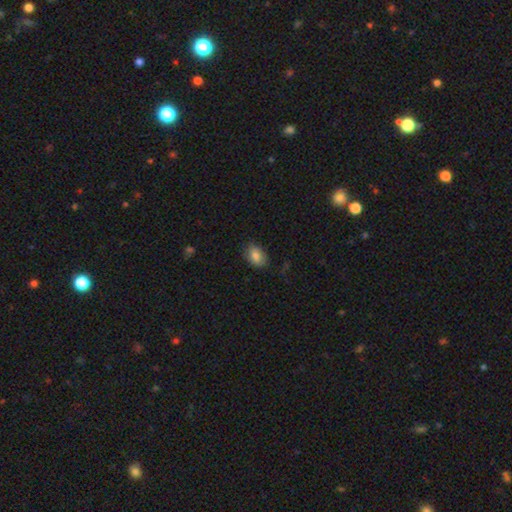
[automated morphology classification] Smooth or featured?
  - smooth: 82% *
  - featured or disk: 10%
  - star or artifact: 8%
How rounded?
  - in between: 79% *
  - round: 20%
  - cigar-shaped: 1%
Merging?
  - none: 80% *
  - minor disturbance: 16%
  - major disturbance: 3%
  - merger: 1%